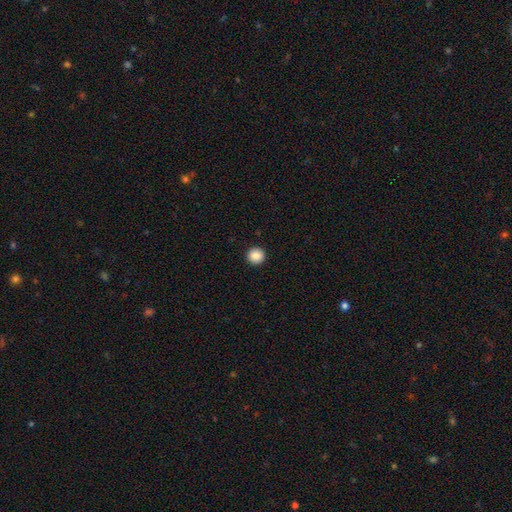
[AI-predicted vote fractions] The model was most divided on "smooth or featured": smooth: 88%, star or artifact: 9%, featured or disk: 3%. More confident: how rounded — round (95%); merging — none (94%).